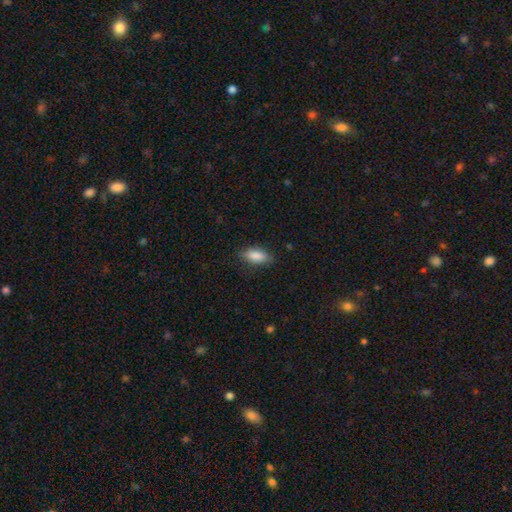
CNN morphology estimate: A smooth galaxy with no disk features (84%) that is in between round and cigar-shaped (85%). Merging: none (80%).